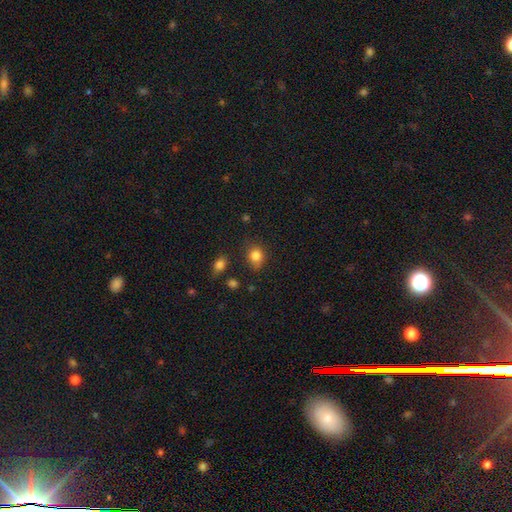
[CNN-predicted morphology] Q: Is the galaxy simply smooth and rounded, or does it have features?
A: smooth — 84%.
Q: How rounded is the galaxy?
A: round — 63%.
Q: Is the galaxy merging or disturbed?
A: none — 72%.